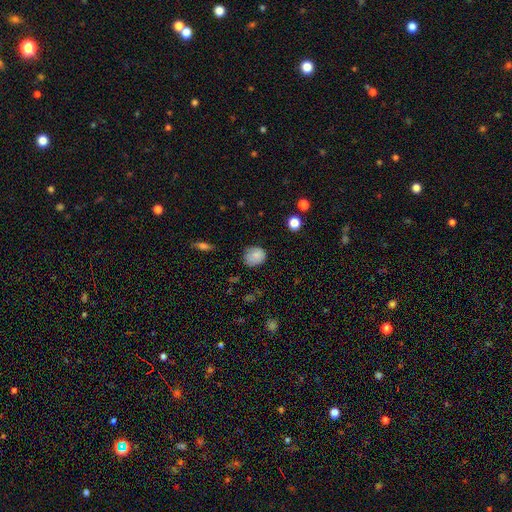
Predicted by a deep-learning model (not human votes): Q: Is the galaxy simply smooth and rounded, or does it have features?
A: smooth — 83%.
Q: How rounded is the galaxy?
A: round — 67%.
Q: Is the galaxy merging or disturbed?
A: none — 70%.